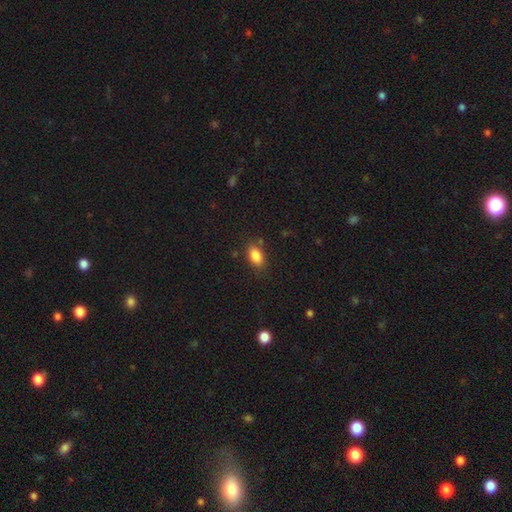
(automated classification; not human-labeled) smooth-or-featured: smooth: 85% | star or artifact: 9% | featured or disk: 6%
  how-rounded: in between: 88% | round: 9% | cigar-shaped: 3%
  merging: none: 81% | minor disturbance: 13% | major disturbance: 3% | merger: 3%